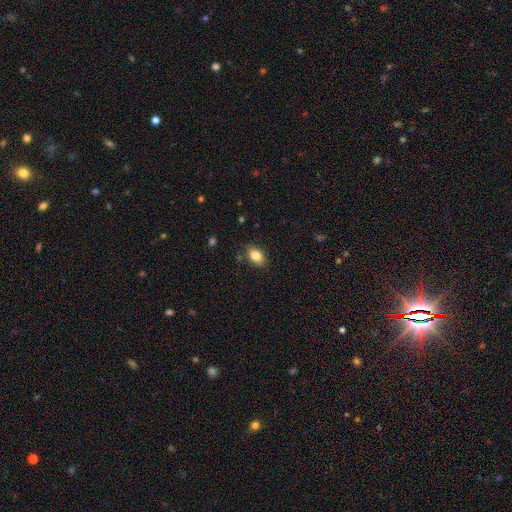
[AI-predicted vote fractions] Morphology: type=smooth (84%); roundness=in between (85%); merging=none (84%).